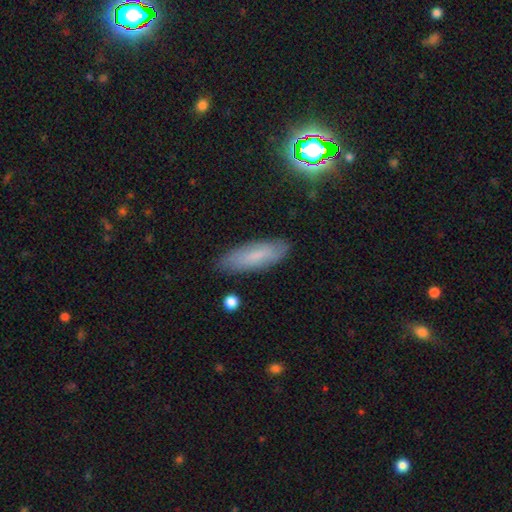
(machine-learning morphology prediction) Smooth or featured? smooth (70%)
How rounded? in between (53%)
Merging? none (84%)